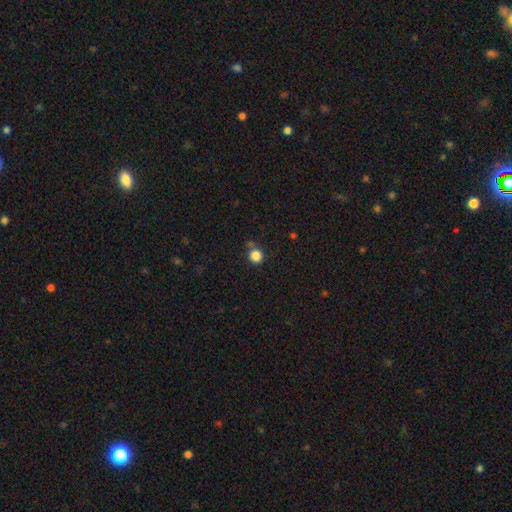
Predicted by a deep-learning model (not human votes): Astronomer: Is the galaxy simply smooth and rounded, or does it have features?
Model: smooth — 85%.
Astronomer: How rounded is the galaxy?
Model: round — 92%.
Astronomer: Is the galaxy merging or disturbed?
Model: none — 76%.